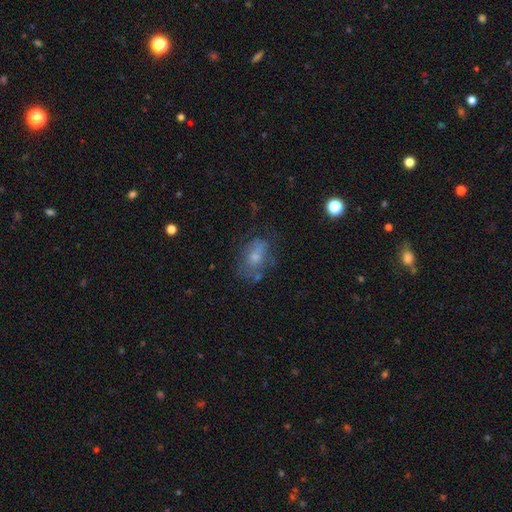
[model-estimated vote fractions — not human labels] This appears to be a smooth galaxy with no disk features (51%) that is in between round and cigar-shaped (78%). Merging: none (48%).